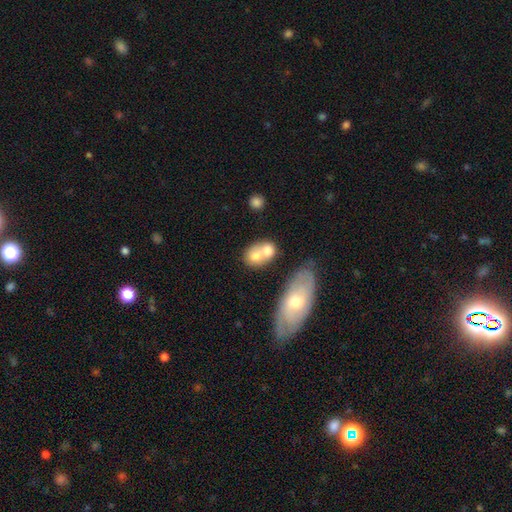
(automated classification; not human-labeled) Q: Smooth or featured?
A: smooth (65%); runner-up: featured or disk (27%)
Q: How rounded?
A: in between (56%); runner-up: round (42%)
Q: Merging?
A: merger (63%); runner-up: none (23%)